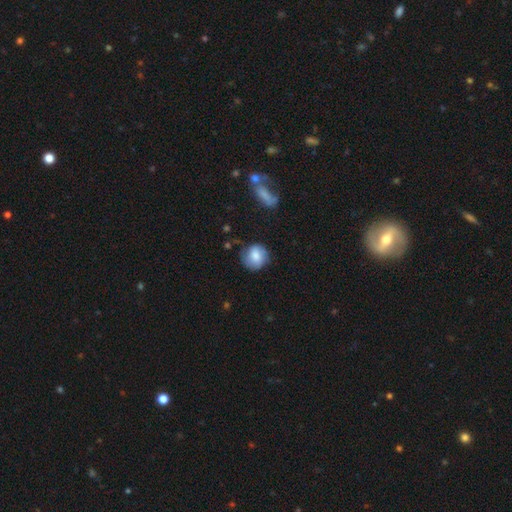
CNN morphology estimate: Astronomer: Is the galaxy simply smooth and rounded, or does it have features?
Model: smooth — 75%.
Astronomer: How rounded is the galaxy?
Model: round — 85%.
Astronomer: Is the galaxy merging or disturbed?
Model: none — 72%.